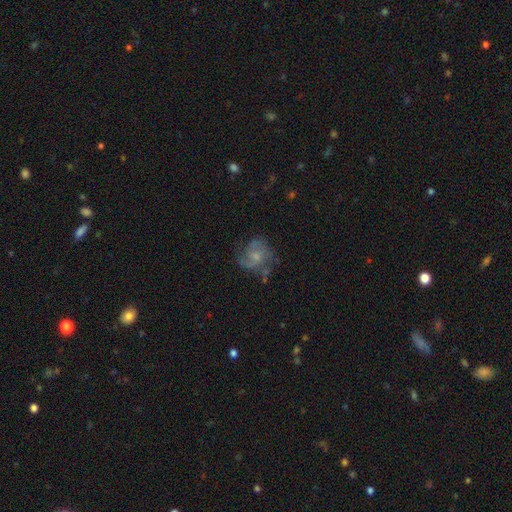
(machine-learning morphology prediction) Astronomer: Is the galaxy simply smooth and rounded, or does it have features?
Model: featured or disk — 61%.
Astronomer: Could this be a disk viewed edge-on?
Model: no — 98%.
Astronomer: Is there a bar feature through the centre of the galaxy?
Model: no — 72%.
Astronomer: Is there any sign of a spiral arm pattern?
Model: yes — 78%.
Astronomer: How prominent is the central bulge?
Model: small — 53%.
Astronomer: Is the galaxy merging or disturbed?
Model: none — 53%.